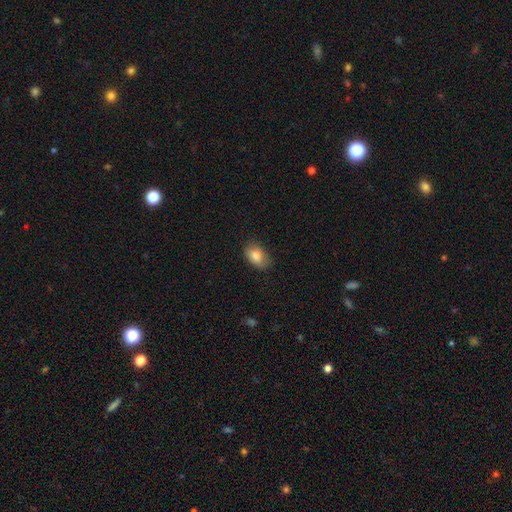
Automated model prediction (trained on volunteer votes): Smooth or featured: smooth — 83% (featured or disk — 9%)
How rounded: in between — 85% (round — 14%)
Merging: none — 70% (minor disturbance — 24%)